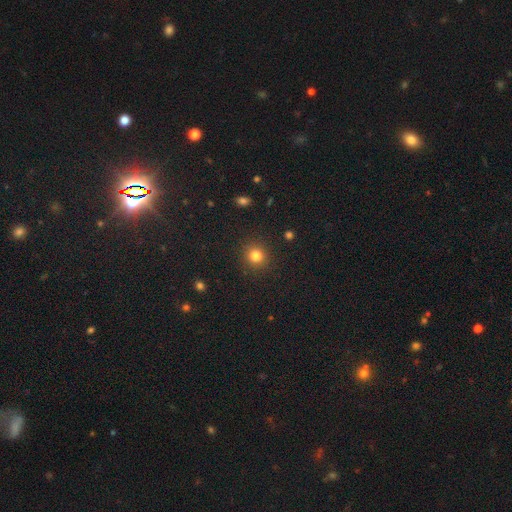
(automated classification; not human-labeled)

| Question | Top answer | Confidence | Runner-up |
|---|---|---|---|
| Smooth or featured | smooth | 81% | star or artifact (13%) |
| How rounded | round | 91% | in between (8%) |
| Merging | none | 91% | minor disturbance (6%) |